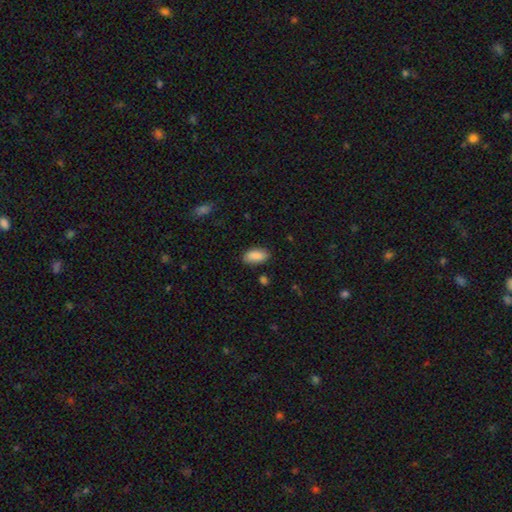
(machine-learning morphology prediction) Smooth or featured?
  - smooth: 88% *
  - star or artifact: 7%
  - featured or disk: 6%
How rounded?
  - in between: 92% *
  - cigar-shaped: 5%
  - round: 3%
Merging?
  - none: 83% *
  - minor disturbance: 13%
  - major disturbance: 3%
  - merger: 2%